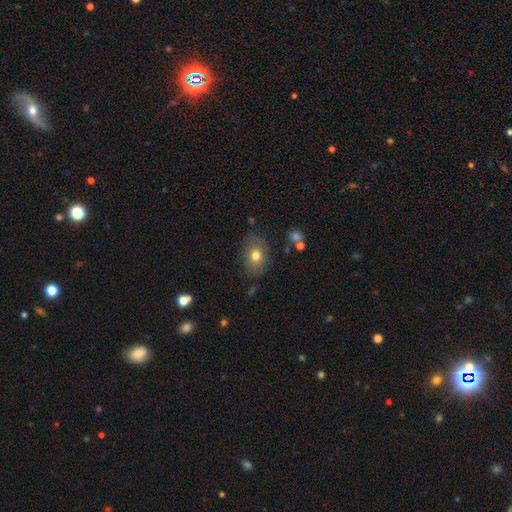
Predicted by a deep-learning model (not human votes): Morphology: type=smooth (73%); roundness=in between (64%); merging=none (77%).